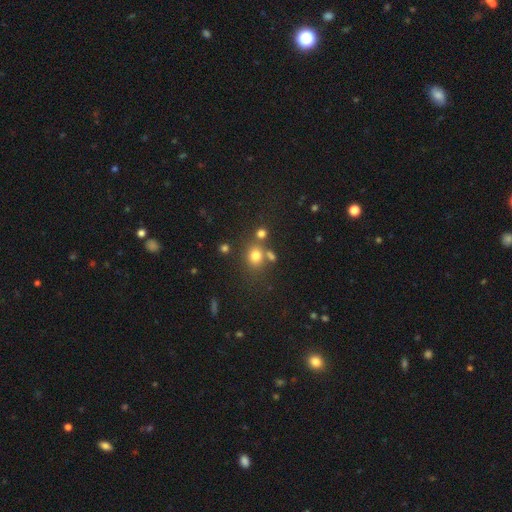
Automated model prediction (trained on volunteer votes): The model was most divided on "how rounded": round: 69%, in between: 29%, cigar-shaped: 1%. More confident: smooth or featured — smooth (74%); merging — none (64%).